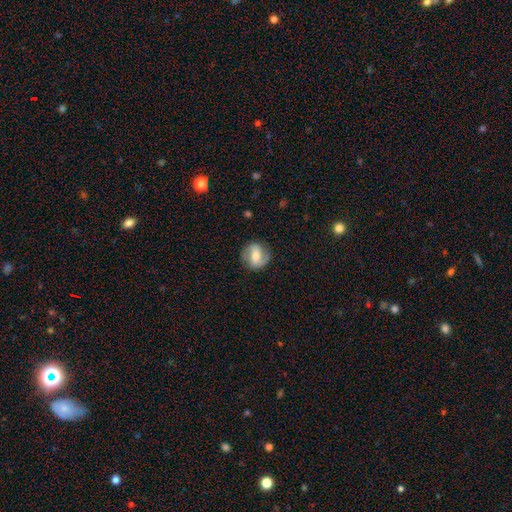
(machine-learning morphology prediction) Smooth or featured?
  - featured or disk: 61% *
  - smooth: 32%
  - star or artifact: 7%
Edge-on disk?
  - no: 96% *
  - yes: 4%
Bar?
  - weak: 39% *
  - strong: 35%
  - no: 26%
Spiral arms?
  - yes: 84% *
  - no: 16%
Bulge size?
  - moderate: 60% *
  - small: 31%
  - large: 6%
  - none: 2%
  - dominant: 1%
Merging?
  - none: 81% *
  - minor disturbance: 13%
  - major disturbance: 5%
  - merger: 1%